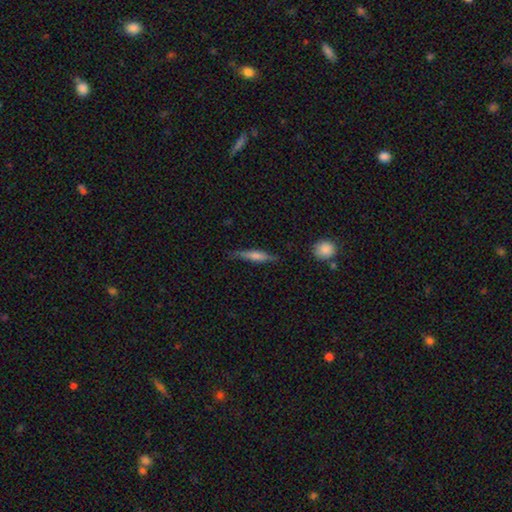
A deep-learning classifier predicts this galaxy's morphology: type=smooth (48%); merging=none (79%).